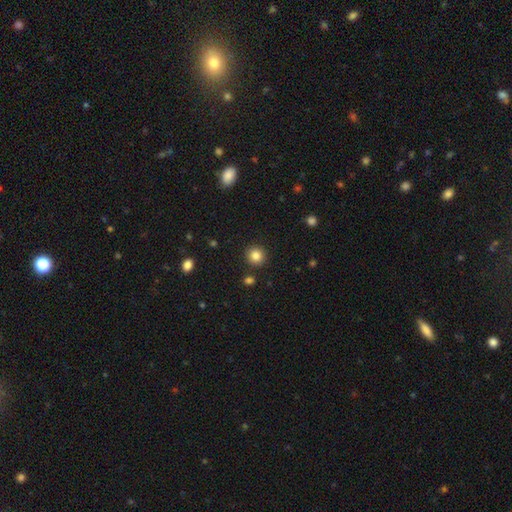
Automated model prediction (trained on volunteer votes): Smooth or featured: smooth — 84% (star or artifact — 11%)
How rounded: round — 93% (in between — 6%)
Merging: none — 90% (minor disturbance — 5%)